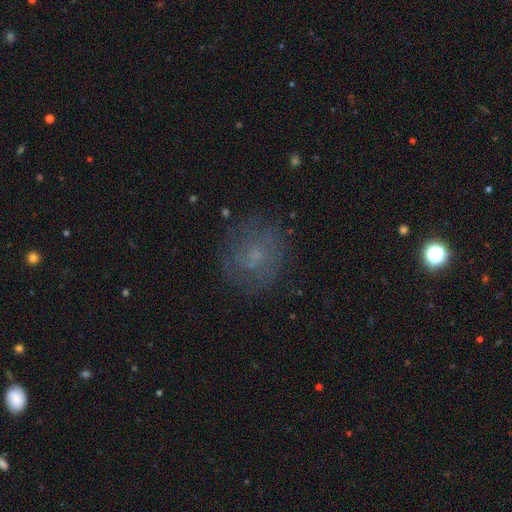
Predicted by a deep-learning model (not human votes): This is marginally a smooth galaxy (42%). Merging: likely none (75%).